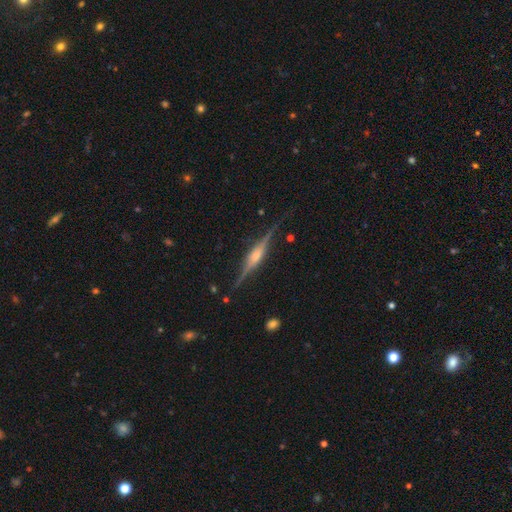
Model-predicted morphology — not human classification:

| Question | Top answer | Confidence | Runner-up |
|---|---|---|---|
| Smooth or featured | featured or disk | 86% | smooth (8%) |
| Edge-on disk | yes | 98% | no (2%) |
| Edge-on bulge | rounded | 79% | boxy (17%) |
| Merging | none | 85% | minor disturbance (11%) |